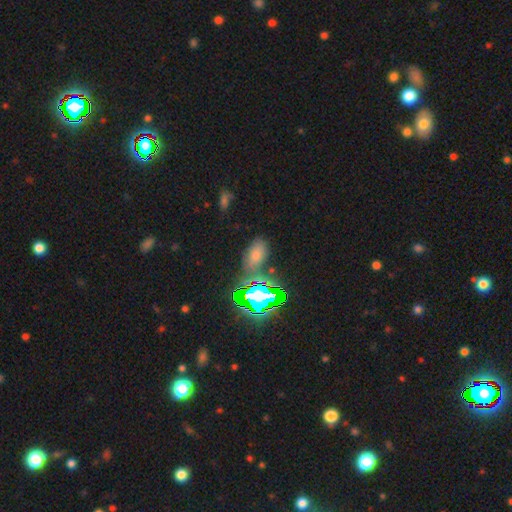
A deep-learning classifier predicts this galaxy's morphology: Smooth or featured? star or artifact (49%)